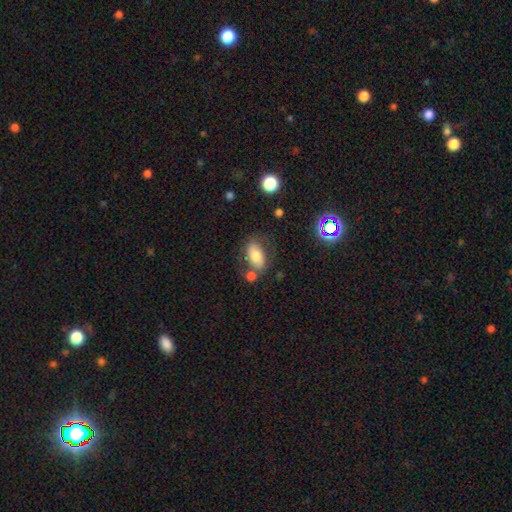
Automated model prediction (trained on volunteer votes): Morphology: type=smooth (69%); roundness=in between (89%); merging=none (60%).